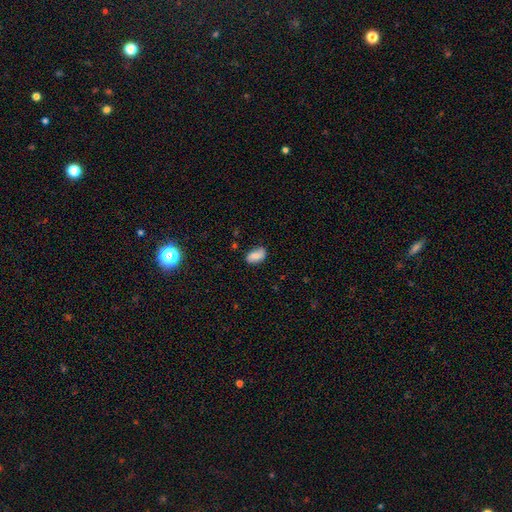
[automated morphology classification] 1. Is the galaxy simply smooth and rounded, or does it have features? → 70% smooth, 21% featured or disk, 8% star or artifact.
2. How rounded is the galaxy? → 91% in between, 6% round, 3% cigar-shaped.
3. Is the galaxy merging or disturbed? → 72% none, 22% minor disturbance, 4% major disturbance, 2% merger.